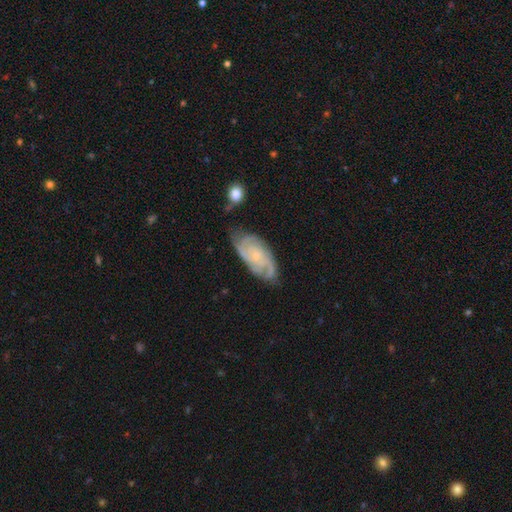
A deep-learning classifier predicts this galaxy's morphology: smooth_or_featured: featured or disk (p=0.82) [alt: smooth p=0.13]
disk_edge_on: no (p=0.95) [alt: yes p=0.05]
bar: no (p=0.69) [alt: weak p=0.27]
has_spiral_arms: yes (p=0.96) [alt: no p=0.04]
spiral_winding: tight (p=0.58) [alt: medium p=0.35]
spiral_arm_count: 2 (p=0.31) [alt: 3 p=0.27]
bulge_size: small (p=0.71) [alt: moderate p=0.19]
merging: none (p=0.68) [alt: minor disturbance p=0.23]